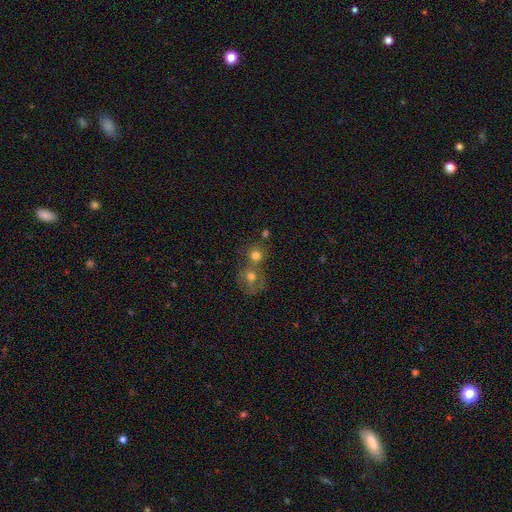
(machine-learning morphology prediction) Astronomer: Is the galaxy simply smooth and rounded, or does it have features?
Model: smooth — 72%.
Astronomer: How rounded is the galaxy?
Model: round — 85%.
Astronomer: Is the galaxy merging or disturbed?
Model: none — 45% (runner-up: merger, 44%).